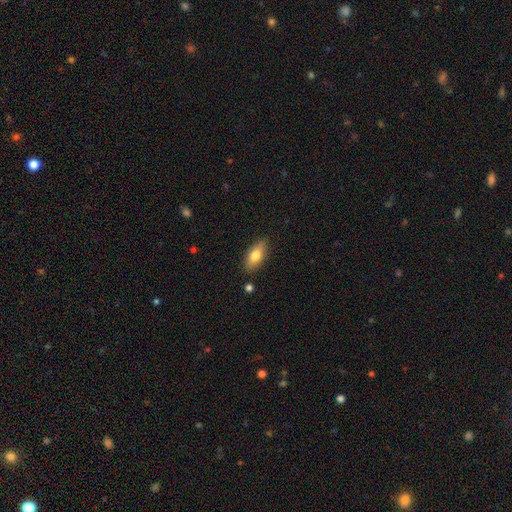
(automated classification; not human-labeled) smooth-or-featured: smooth: 72% | featured or disk: 21% | star or artifact: 7%
  how-rounded: in between: 79% | cigar-shaped: 17% | round: 4%
  merging: none: 85% | minor disturbance: 11% | major disturbance: 2% | merger: 2%